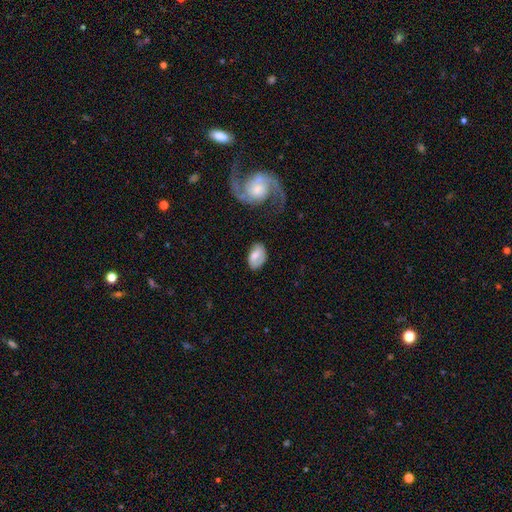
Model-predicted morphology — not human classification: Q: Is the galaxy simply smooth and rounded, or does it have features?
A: smooth — 64%.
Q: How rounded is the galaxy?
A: in between — 90%.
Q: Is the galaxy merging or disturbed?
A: none — 67%.